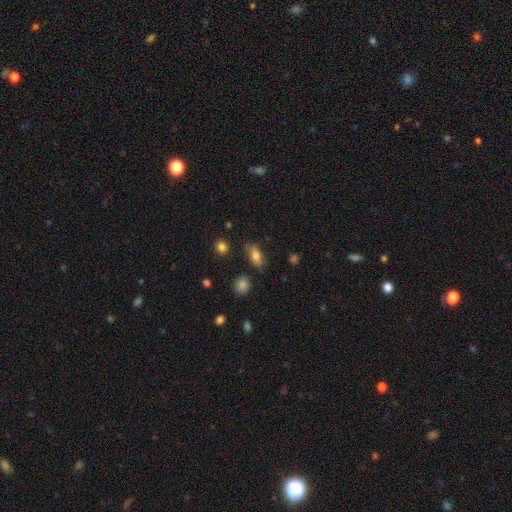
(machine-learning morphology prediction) Smooth or featured? smooth (76%)
How rounded? in between (80%)
Merging? none (76%)